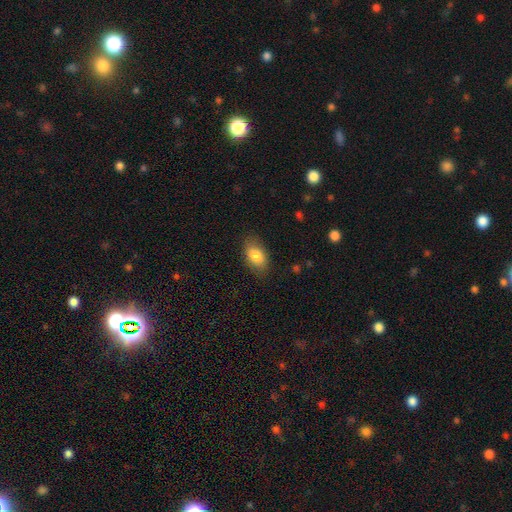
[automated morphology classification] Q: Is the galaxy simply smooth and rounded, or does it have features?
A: smooth — 83%.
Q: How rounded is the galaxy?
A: in between — 89%.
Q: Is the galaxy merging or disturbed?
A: none — 81%.